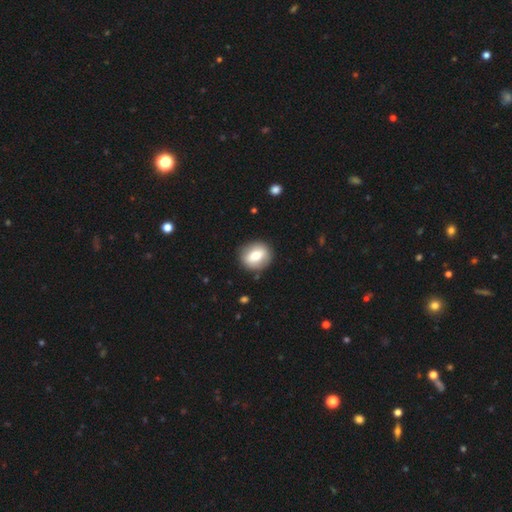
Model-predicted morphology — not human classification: Smooth or featured?
  - smooth: 67% *
  - featured or disk: 25%
  - star or artifact: 8%
How rounded?
  - round: 70% *
  - in between: 28%
  - cigar-shaped: 1%
Merging?
  - none: 87% *
  - minor disturbance: 9%
  - major disturbance: 3%
  - merger: 1%